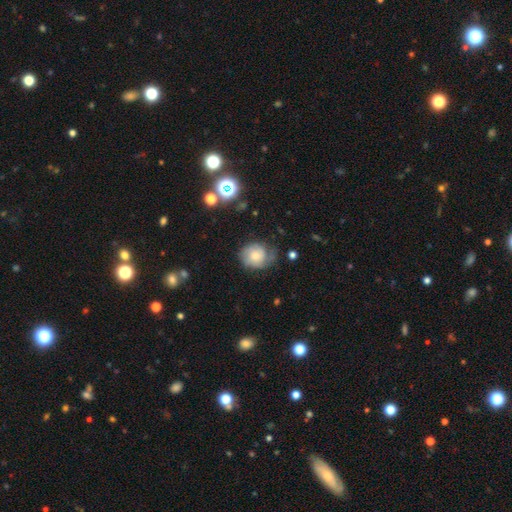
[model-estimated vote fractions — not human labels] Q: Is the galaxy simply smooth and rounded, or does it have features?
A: smooth — 48%.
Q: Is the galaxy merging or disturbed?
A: none — 54%.